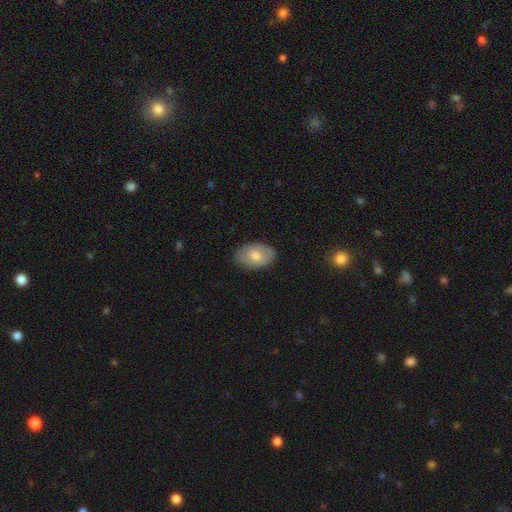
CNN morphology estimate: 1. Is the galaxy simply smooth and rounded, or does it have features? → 60% smooth, 33% featured or disk, 6% star or artifact.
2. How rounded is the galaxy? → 89% in between, 9% round, 1% cigar-shaped.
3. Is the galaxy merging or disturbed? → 83% none, 13% minor disturbance, 3% major disturbance, 1% merger.